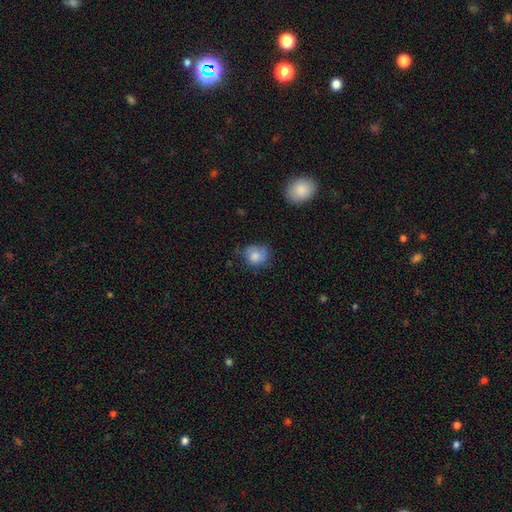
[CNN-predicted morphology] Smooth or featured? smooth (74%)
How rounded? round (69%)
Merging? none (56%)